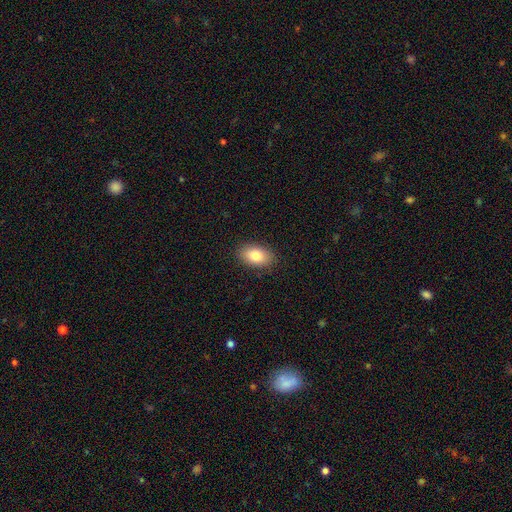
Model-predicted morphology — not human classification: Smooth or featured? smooth (81%)
How rounded? in between (90%)
Merging? none (88%)